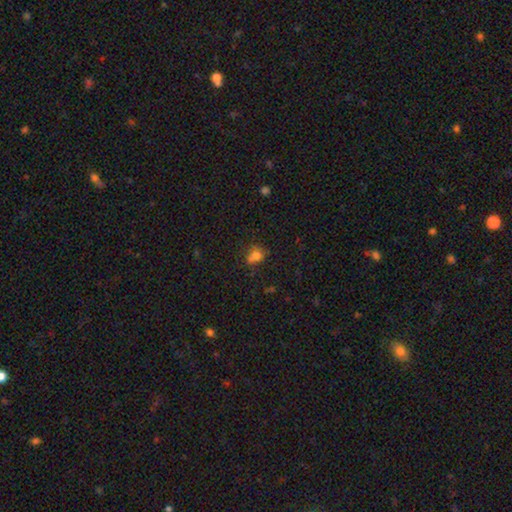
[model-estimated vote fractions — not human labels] Overall: smooth (71%). How rounded: in between (49%, tied with round). Merging: none (48%; minor disturbance 23%).